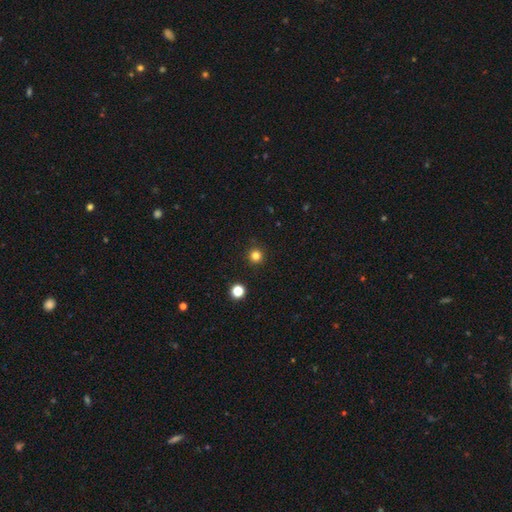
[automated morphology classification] A smooth galaxy with no disk features (81%) that is round (96%).

Vote fractions:
- Smooth or featured? smooth: 81% / star or artifact: 15% / featured or disk: 4%
- How rounded? round: 96% / in between: 3% / cigar-shaped: 1%
- Merging? none: 92% / minor disturbance: 5% / major disturbance: 2% / merger: 1%